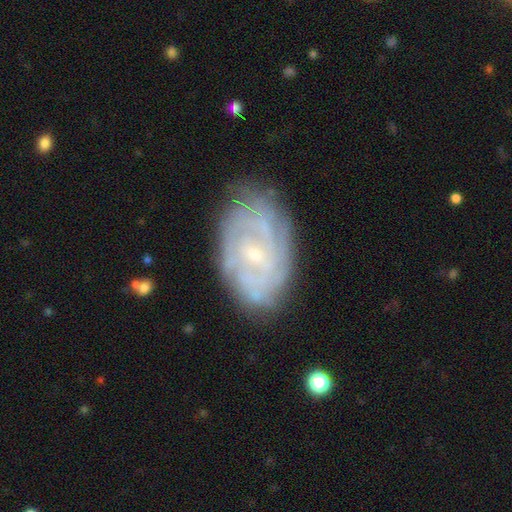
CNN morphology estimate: Smooth or featured?
  - featured or disk: 78% *
  - smooth: 15%
  - star or artifact: 7%
Edge-on disk?
  - no: 96% *
  - yes: 4%
Bar?
  - no: 54% *
  - weak: 38%
  - strong: 8%
Spiral arms?
  - yes: 87% *
  - no: 13%
Spiral winding?
  - tight: 71% *
  - medium: 23%
  - loose: 6%
Spiral arm count?
  - can't tell: 51% *
  - 2: 15%
  - 4: 12%
  - 3: 12%
  - more than 4: 6%
  - 1: 5%
Bulge size?
  - small: 72% *
  - moderate: 22%
  - none: 4%
  - large: 1%
  - dominant: 1%
Merging?
  - none: 76% *
  - minor disturbance: 17%
  - major disturbance: 5%
  - merger: 2%